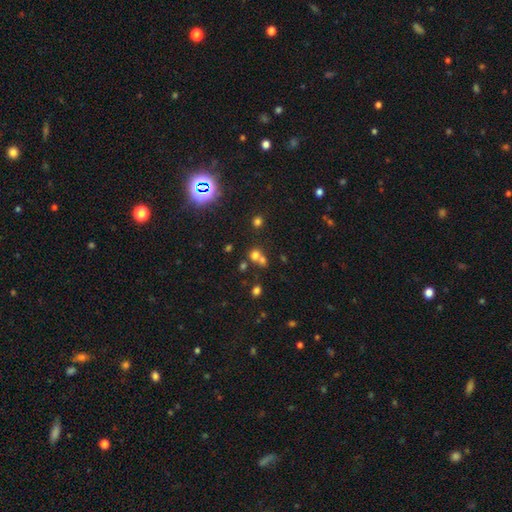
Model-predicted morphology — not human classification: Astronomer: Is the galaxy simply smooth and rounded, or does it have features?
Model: smooth — 60%.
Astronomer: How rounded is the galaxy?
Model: round — 78%.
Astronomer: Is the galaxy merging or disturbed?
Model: merger — 47% (runner-up: none, 42%).